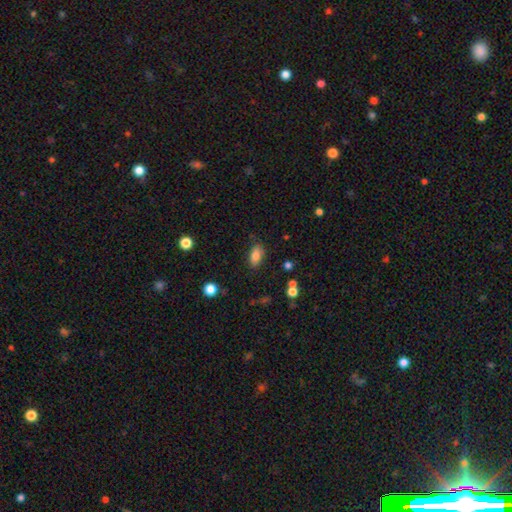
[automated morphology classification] type=smooth (82%); roundness=in between (86%); merging=none (81%).